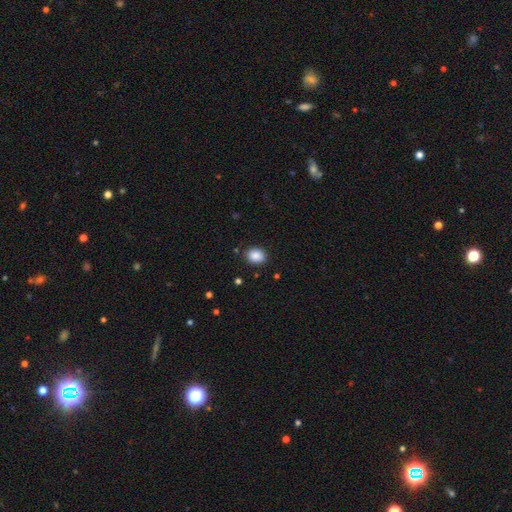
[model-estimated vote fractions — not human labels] This appears to be a smooth galaxy with no disk features (88%) that is in between round and cigar-shaped (52%). Merging: none (88%).